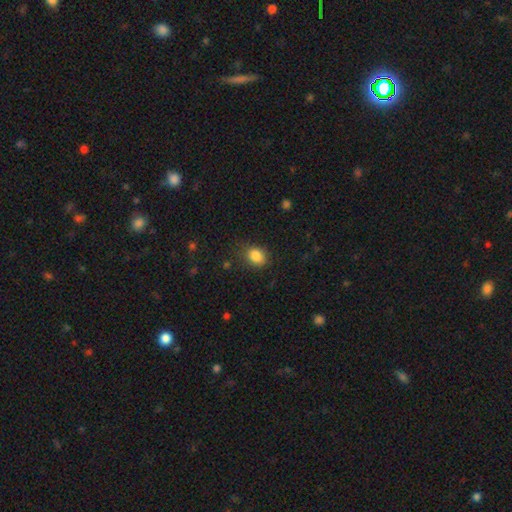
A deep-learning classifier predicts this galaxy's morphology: This is clearly a smooth galaxy (85%). How rounded: possibly in between (51%). Merging: likely none (78%).